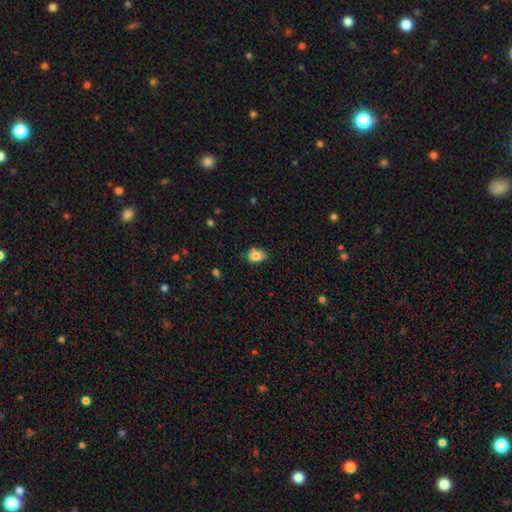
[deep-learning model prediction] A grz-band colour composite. It shows a smooth galaxy with no disk features (80%) that is in between round and cigar-shaped (65%). Merging: none (64%).